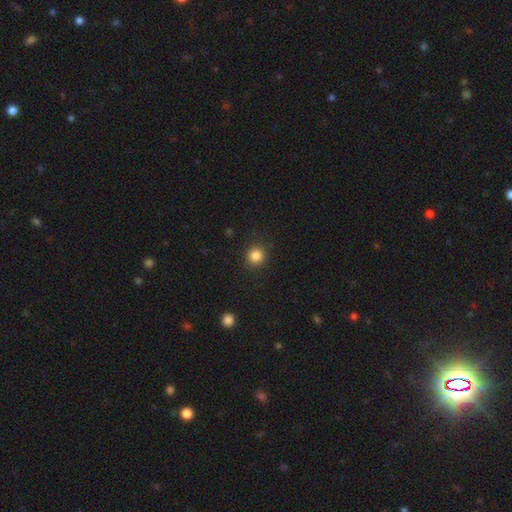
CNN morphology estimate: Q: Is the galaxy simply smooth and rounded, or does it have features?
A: smooth — 84%.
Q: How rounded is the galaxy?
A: round — 92%.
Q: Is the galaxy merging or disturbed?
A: none — 90%.